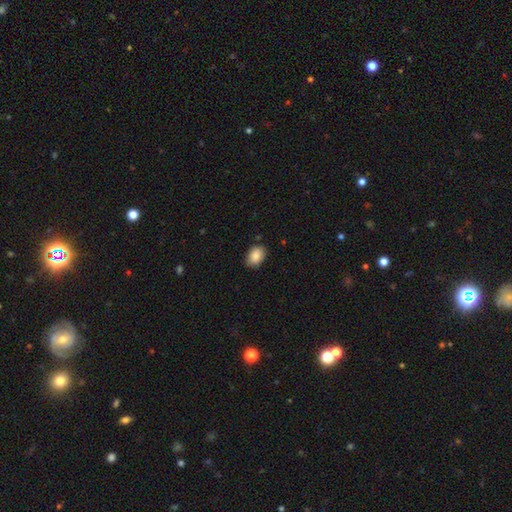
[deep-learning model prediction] Morphology: type=smooth (88%); roundness=in between (77%); merging=none (84%).